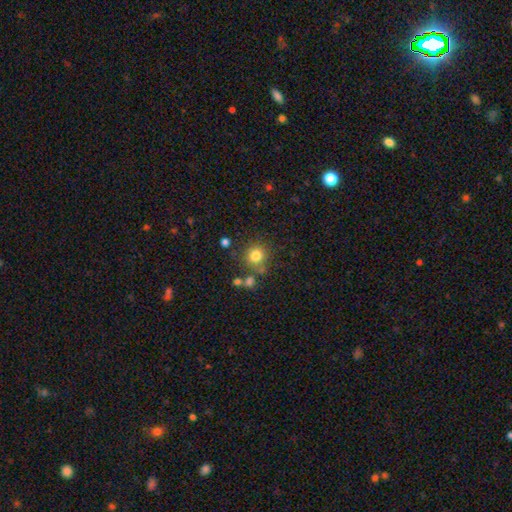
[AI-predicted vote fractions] Morphology: type=smooth (79%); roundness=round (90%); merging=none (74%).